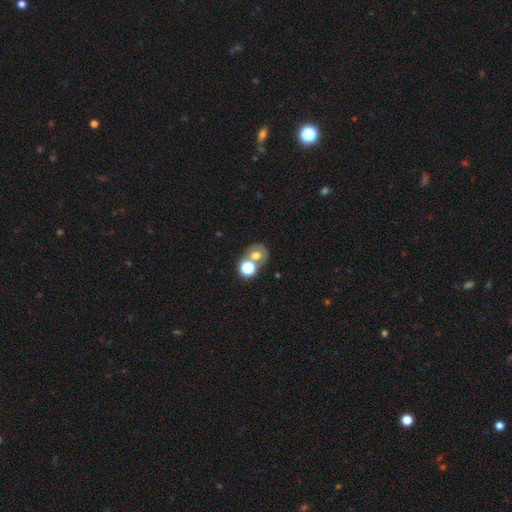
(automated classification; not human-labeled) A smooth galaxy with no disk features (54%) that is round (64%).

Vote fractions:
- Smooth or featured? smooth: 54% / featured or disk: 28% / star or artifact: 18%
- How rounded? round: 64% / in between: 35% / cigar-shaped: 1%
- Merging? none: 42% / merger: 41% / minor disturbance: 10% / major disturbance: 6%